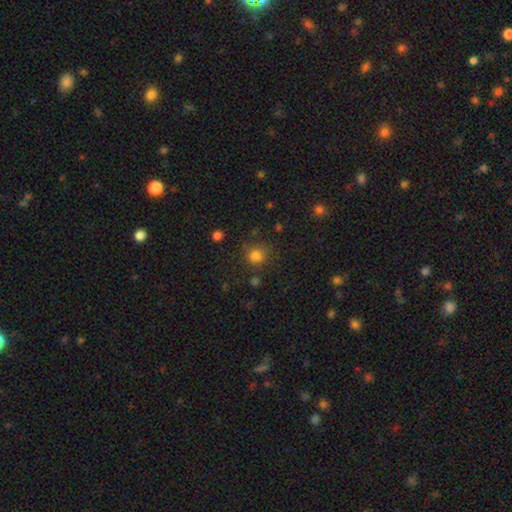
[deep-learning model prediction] Q: Smooth or featured?
A: smooth (78%); runner-up: star or artifact (15%)
Q: How rounded?
A: round (79%); runner-up: in between (20%)
Q: Merging?
A: none (68%); runner-up: minor disturbance (17%)